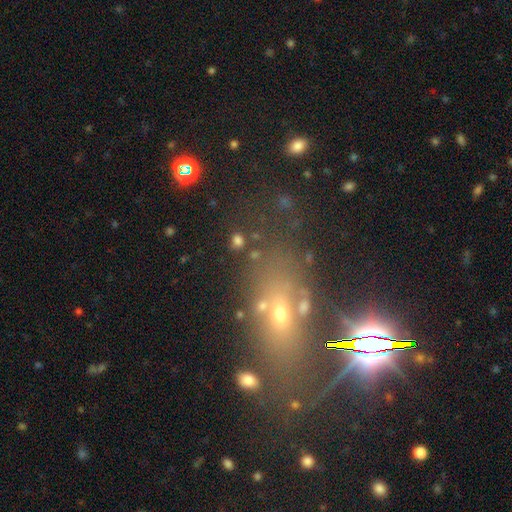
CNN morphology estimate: smooth-or-featured: smooth: 50% | star or artifact: 29% | featured or disk: 21%
  merging: none: 59% | merger: 15% | minor disturbance: 15% | major disturbance: 11%